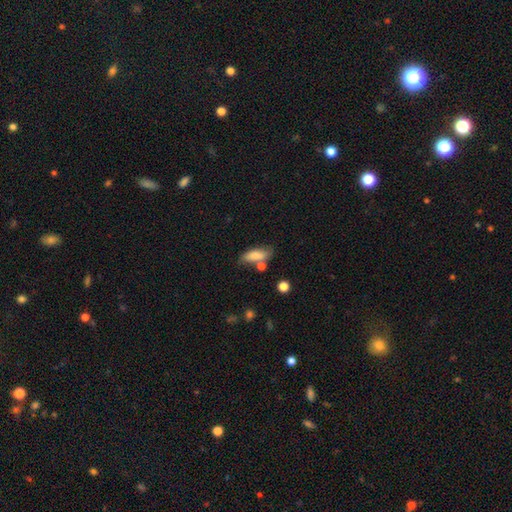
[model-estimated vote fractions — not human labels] A smooth galaxy with no disk features (81%) that is in between round and cigar-shaped (71%).

Vote fractions:
- Smooth or featured? smooth: 81% / featured or disk: 12% / star or artifact: 7%
- How rounded? in between: 71% / cigar-shaped: 26% / round: 3%
- Merging? none: 63% / minor disturbance: 19% / merger: 13% / major disturbance: 5%